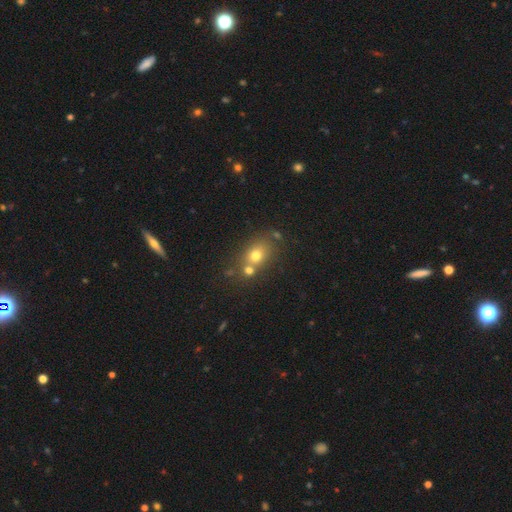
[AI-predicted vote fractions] The model was most divided on "how rounded": in between: 50%, round: 48%, cigar-shaped: 2%. More confident: smooth or featured — smooth (69%); merging — none (53%).